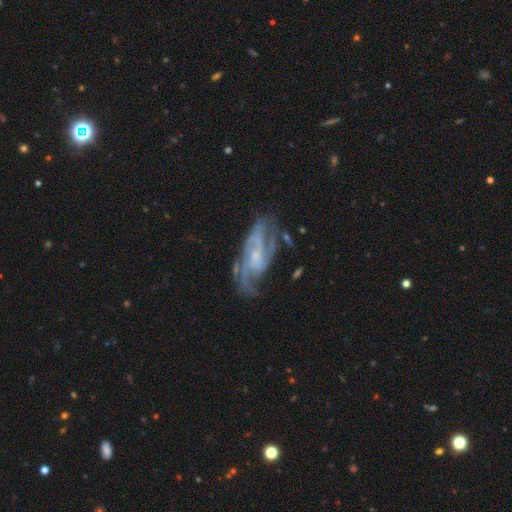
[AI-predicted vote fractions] Smooth or featured? Predicted: featured or disk (p=0.82). Edge-on disk? Predicted: no (p=0.92). Bar? Predicted: no (p=0.57). Spiral arms? Predicted: yes (p=0.89). Spiral winding? Predicted: medium (p=0.45). Spiral arm count? Predicted: 2 (p=0.37). Bulge size? Predicted: small (p=0.66). Merging? Predicted: none (p=0.56).